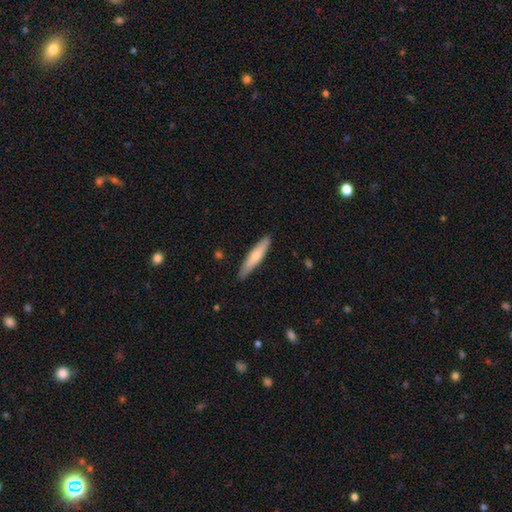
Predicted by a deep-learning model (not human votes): Smooth or featured? smooth (67%)
How rounded? cigar-shaped (87%)
Merging? none (87%)